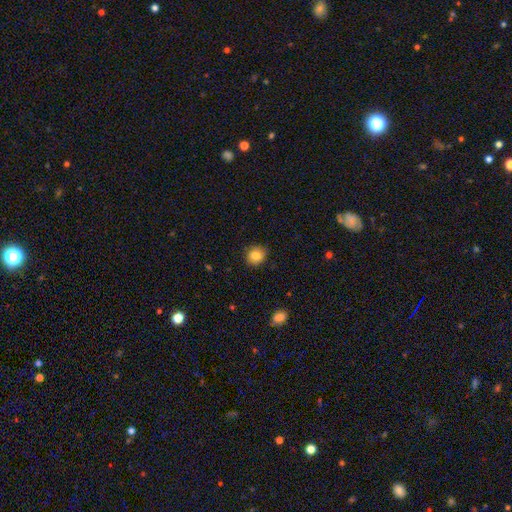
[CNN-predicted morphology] Overall: smooth (83%). How rounded: round (76%). Merging: none (85%).